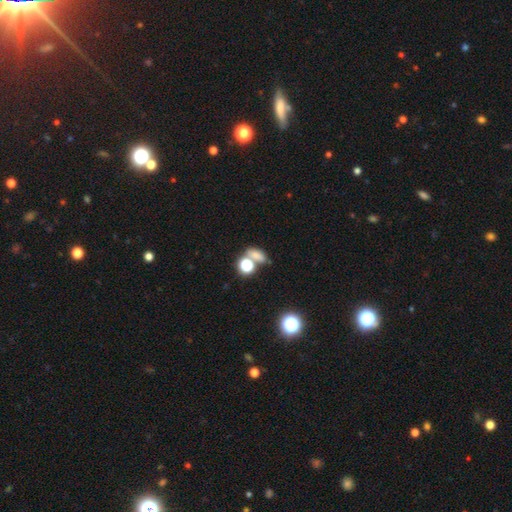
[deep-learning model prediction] Smooth or featured: smooth — 69% (star or artifact — 21%)
How rounded: in between — 63% (round — 30%)
Merging: none — 46% (merger — 36%)